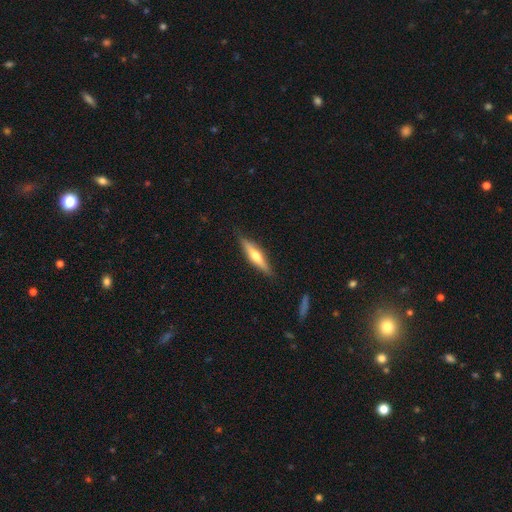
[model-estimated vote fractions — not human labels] This appears to be a featured or disk galaxy (52%) viewed edge-on (93%). Merging: none (86%).